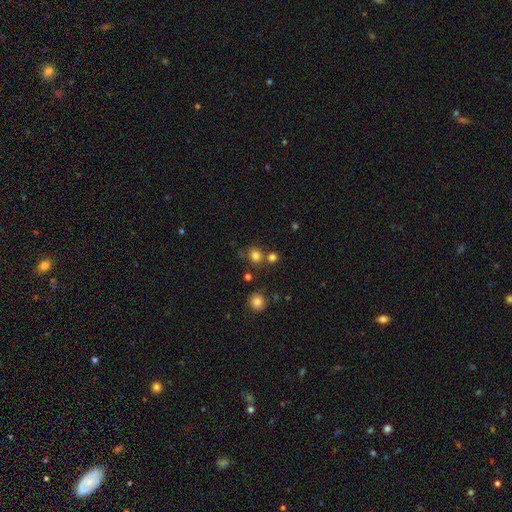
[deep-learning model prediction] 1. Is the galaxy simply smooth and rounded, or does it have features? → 78% smooth, 16% star or artifact, 6% featured or disk.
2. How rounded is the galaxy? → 81% round, 18% in between, 1% cigar-shaped.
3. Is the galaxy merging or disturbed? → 71% none, 16% merger, 9% minor disturbance, 4% major disturbance.